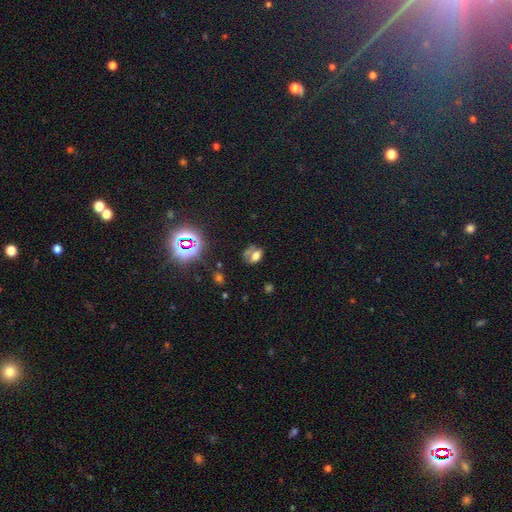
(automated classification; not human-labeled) smooth_or_featured: smooth (p=0.59) [alt: star or artifact p=0.21]
how_rounded: in between (p=0.71) [alt: round p=0.27]
merging: none (p=0.41) [alt: minor disturbance p=0.26]